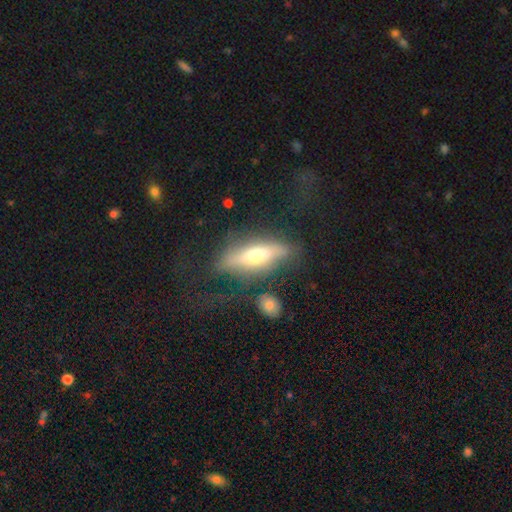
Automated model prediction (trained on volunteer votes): Smooth or featured? Predicted: featured or disk (p=0.53). Edge-on disk? Predicted: yes (p=0.69). Merging? Predicted: none (p=0.50).